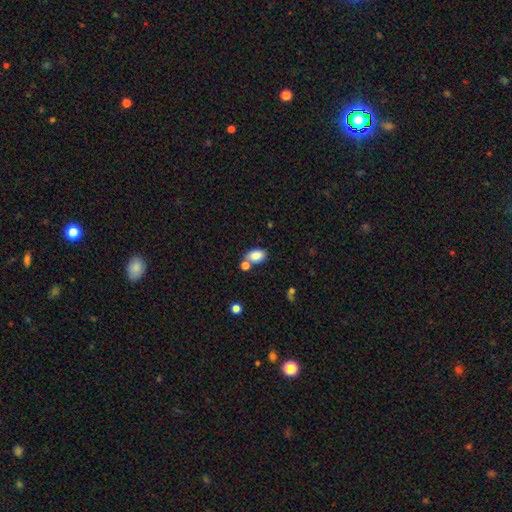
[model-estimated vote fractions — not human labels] This appears to be a smooth galaxy with no disk features (85%) that is in between round and cigar-shaped (87%). Merging: none (57%).